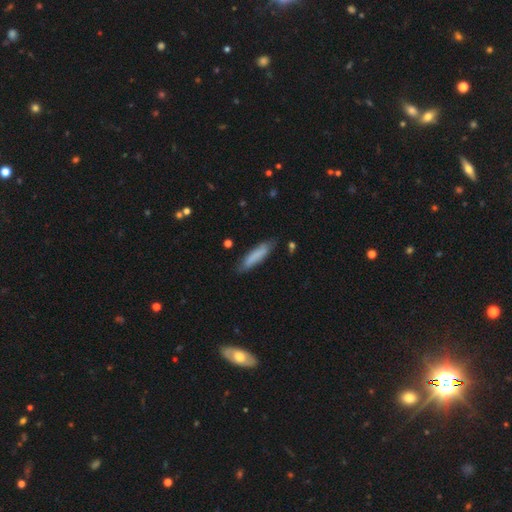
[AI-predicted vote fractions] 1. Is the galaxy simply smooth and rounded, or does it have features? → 80% smooth, 14% featured or disk, 6% star or artifact.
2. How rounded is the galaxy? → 80% cigar-shaped, 19% in between, 1% round.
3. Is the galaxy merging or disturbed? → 80% none, 16% minor disturbance, 3% major disturbance, 2% merger.